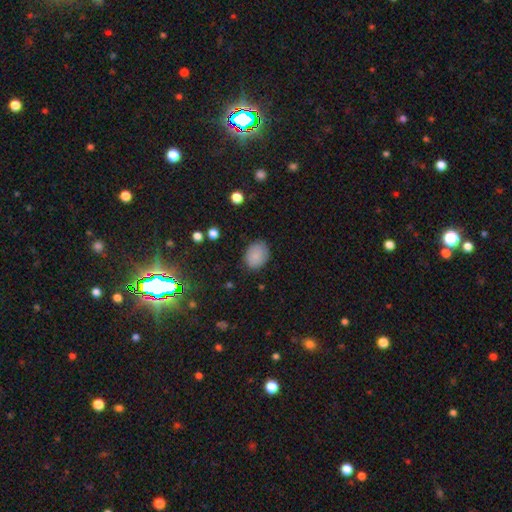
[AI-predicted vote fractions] This appears to be a smooth galaxy with no disk features (86%) that is in between round and cigar-shaped (56%). Merging: none (82%).